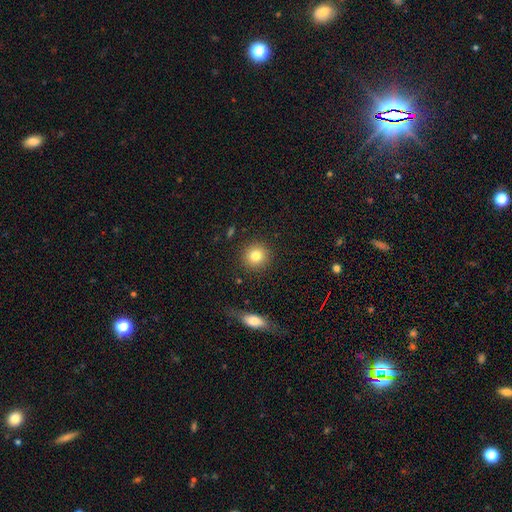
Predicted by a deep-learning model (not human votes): Smooth or featured? smooth (81%)
How rounded? round (92%)
Merging? none (89%)